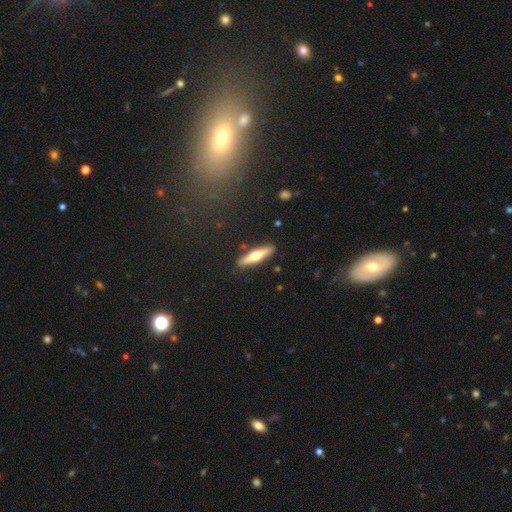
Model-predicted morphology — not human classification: Smooth or featured?
  - featured or disk: 54% *
  - smooth: 40%
  - star or artifact: 6%
Edge-on disk?
  - yes: 93% *
  - no: 7%
Edge-on bulge?
  - rounded: 93% *
  - none: 3%
  - boxy: 3%
Merging?
  - none: 89% *
  - minor disturbance: 8%
  - major disturbance: 2%
  - merger: 2%